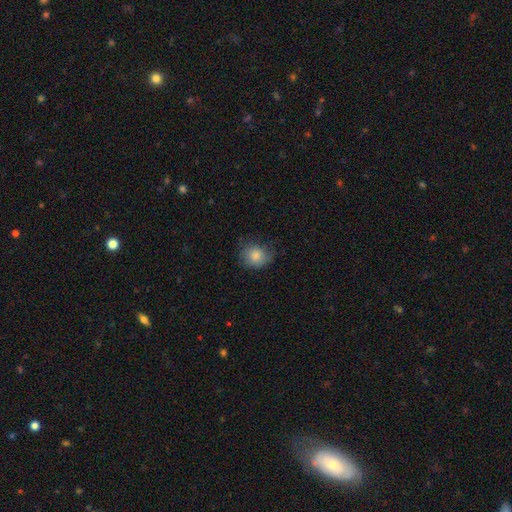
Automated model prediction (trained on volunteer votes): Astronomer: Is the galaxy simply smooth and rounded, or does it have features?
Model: smooth — 82%.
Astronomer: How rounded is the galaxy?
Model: round — 74%.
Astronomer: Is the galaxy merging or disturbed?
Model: none — 62%.